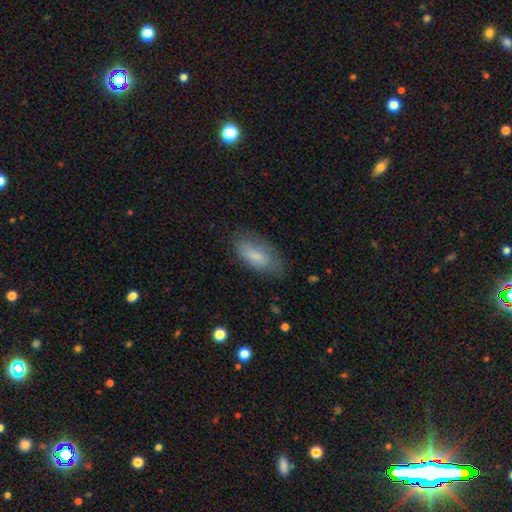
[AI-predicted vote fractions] Smooth or featured? smooth (78%)
How rounded? in between (88%)
Merging? none (70%)